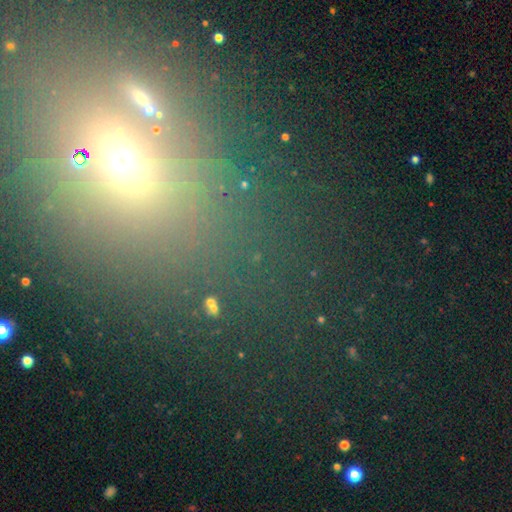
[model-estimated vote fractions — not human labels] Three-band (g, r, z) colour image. It shows a star or artifact, not a galaxy (52%).